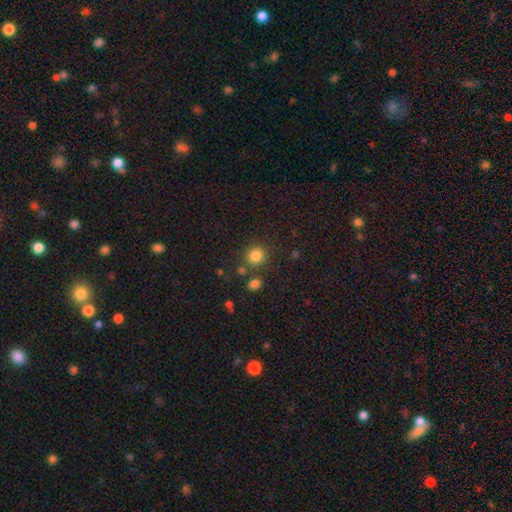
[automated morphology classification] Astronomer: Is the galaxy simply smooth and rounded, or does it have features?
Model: smooth — 82%.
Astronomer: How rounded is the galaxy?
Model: round — 90%.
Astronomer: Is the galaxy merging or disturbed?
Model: none — 80%.